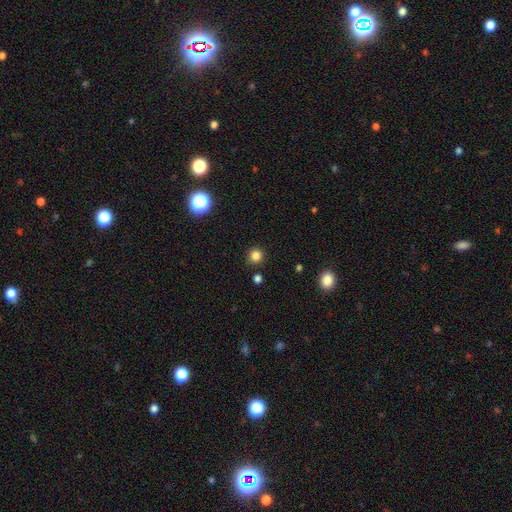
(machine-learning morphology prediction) Smooth or featured: smooth — 82% (star or artifact — 14%)
How rounded: round — 91% (in between — 8%)
Merging: none — 86% (minor disturbance — 9%)